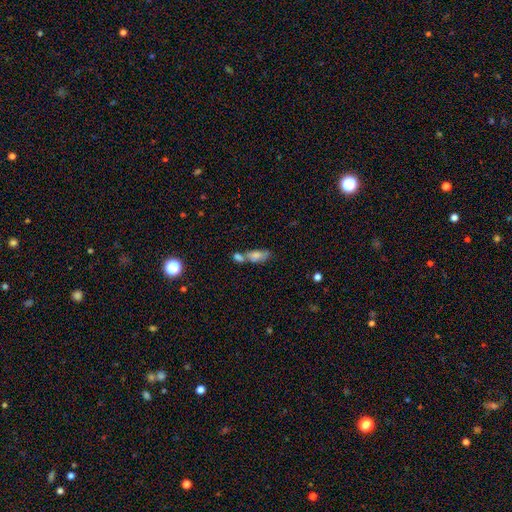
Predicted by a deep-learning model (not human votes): Smooth or featured?
  - smooth: 70% *
  - featured or disk: 20%
  - star or artifact: 10%
How rounded?
  - in between: 75% *
  - cigar-shaped: 20%
  - round: 5%
Merging?
  - merger: 52% *
  - none: 28%
  - minor disturbance: 13%
  - major disturbance: 8%